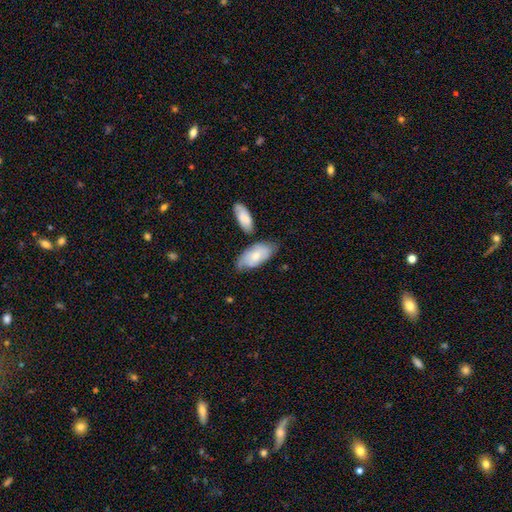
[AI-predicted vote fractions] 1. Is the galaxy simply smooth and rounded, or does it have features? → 62% smooth, 33% featured or disk, 5% star or artifact.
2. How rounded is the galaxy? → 91% in between, 6% cigar-shaped, 3% round.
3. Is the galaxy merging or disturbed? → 54% none, 27% minor disturbance, 12% merger, 7% major disturbance.